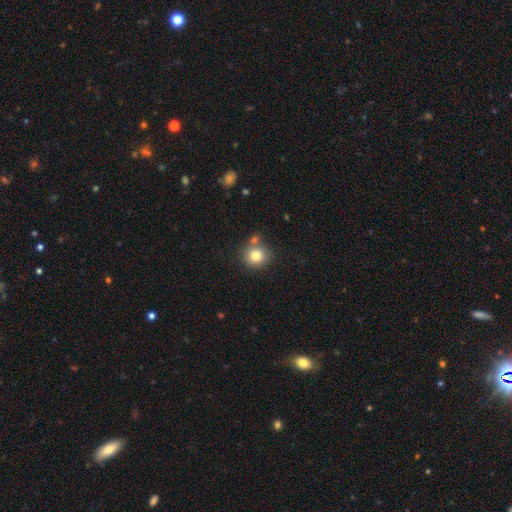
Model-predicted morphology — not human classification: Smooth or featured?
  - smooth: 79% *
  - star or artifact: 11%
  - featured or disk: 10%
How rounded?
  - round: 87% *
  - in between: 12%
  - cigar-shaped: 1%
Merging?
  - none: 68% *
  - merger: 18%
  - minor disturbance: 11%
  - major disturbance: 3%